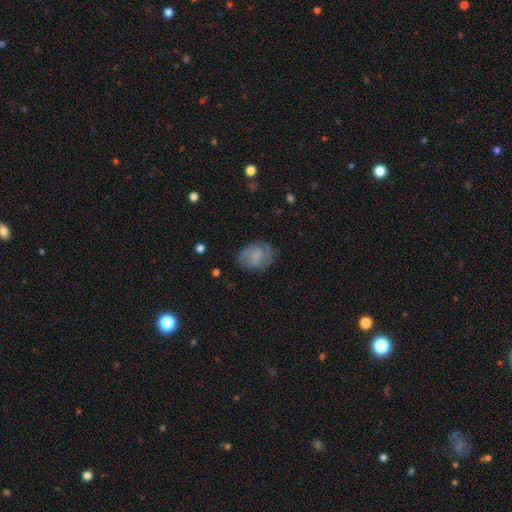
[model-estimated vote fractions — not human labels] smooth-or-featured: smooth: 51% | featured or disk: 40% | star or artifact: 9%
  how-rounded: in between: 59% | round: 39% | cigar-shaped: 1%
  merging: none: 73% | minor disturbance: 19% | major disturbance: 7% | merger: 1%